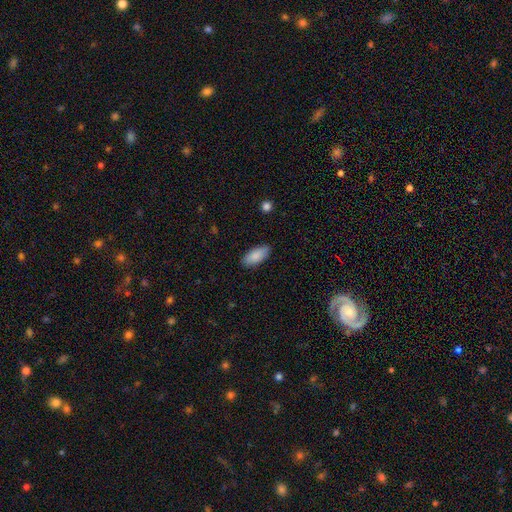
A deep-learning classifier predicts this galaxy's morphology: smooth 88%, star or artifact 6%, featured or disk 6%. Down the decision tree: how rounded — in between (87%); merging — none (86%).